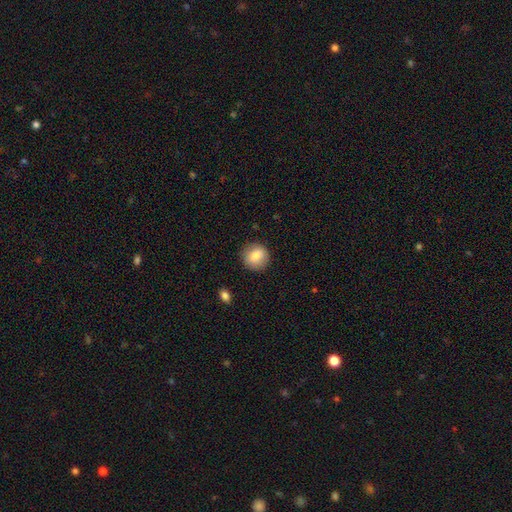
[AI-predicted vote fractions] smooth_or_featured: smooth (p=0.82) [alt: featured or disk p=0.10]
how_rounded: round (p=0.89) [alt: in between p=0.10]
merging: none (p=0.87) [alt: minor disturbance p=0.09]